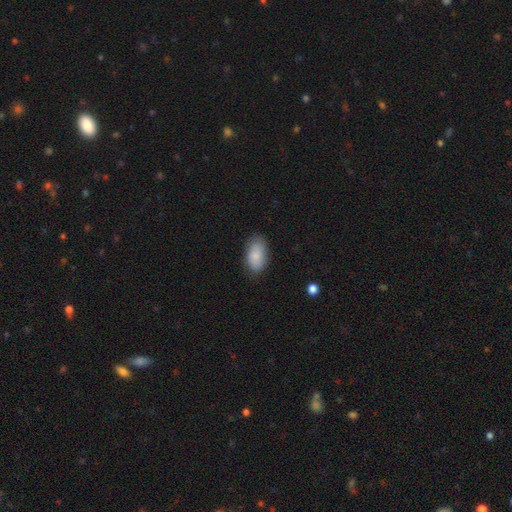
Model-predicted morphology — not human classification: A smooth galaxy with no disk features (84%) that is in between round and cigar-shaped (93%). Merging: none (78%).